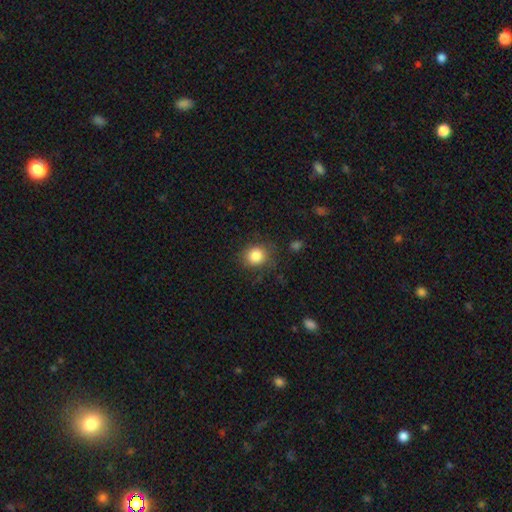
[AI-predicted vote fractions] Smooth or featured? smooth (85%)
How rounded? round (78%)
Merging? none (79%)